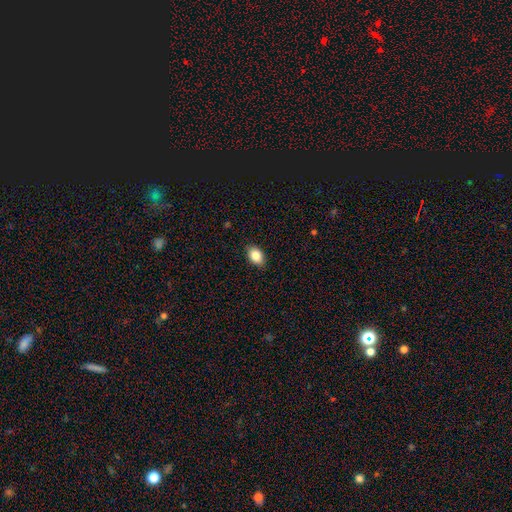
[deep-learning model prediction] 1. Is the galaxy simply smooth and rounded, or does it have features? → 86% smooth, 8% star or artifact, 6% featured or disk.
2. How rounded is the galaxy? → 85% in between, 14% round, 1% cigar-shaped.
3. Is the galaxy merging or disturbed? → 88% none, 9% minor disturbance, 2% major disturbance, 1% merger.